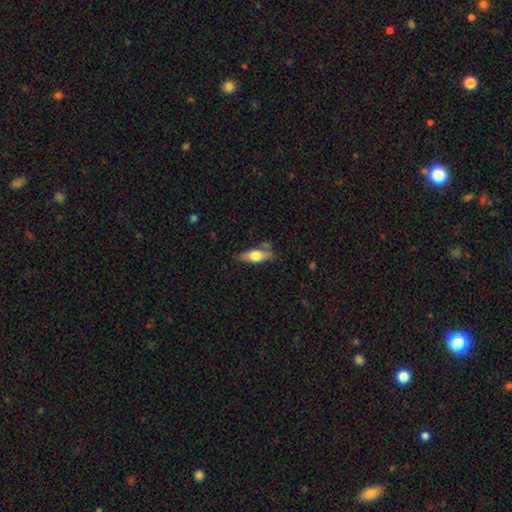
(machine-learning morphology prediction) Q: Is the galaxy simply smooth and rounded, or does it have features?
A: smooth — 61%.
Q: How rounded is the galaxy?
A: in between — 68%.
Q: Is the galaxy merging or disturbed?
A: none — 65%.